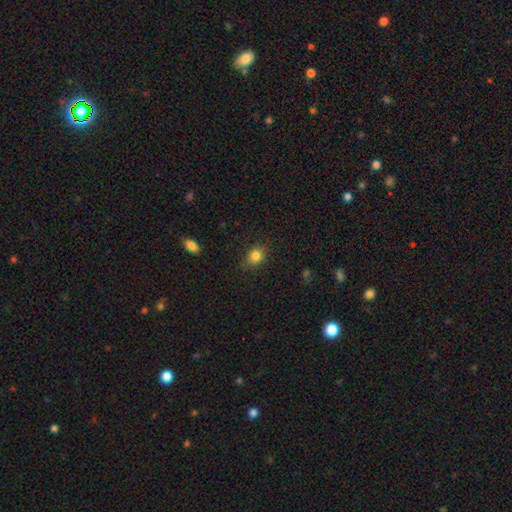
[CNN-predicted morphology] type=smooth (84%); roundness=round (59%); merging=none (81%).